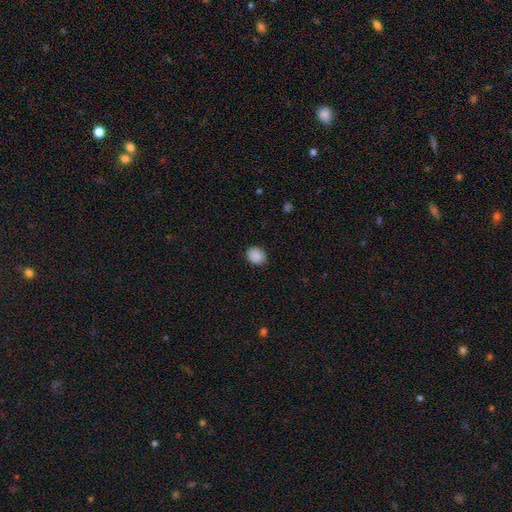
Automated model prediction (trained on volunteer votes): Morphology: type=smooth (89%); roundness=round (53%); merging=none (89%).